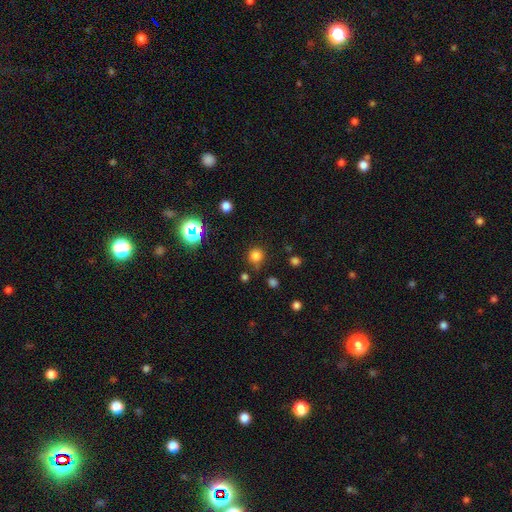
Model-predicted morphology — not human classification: Smooth or featured? smooth (77%)
How rounded? round (94%)
Merging? none (81%)